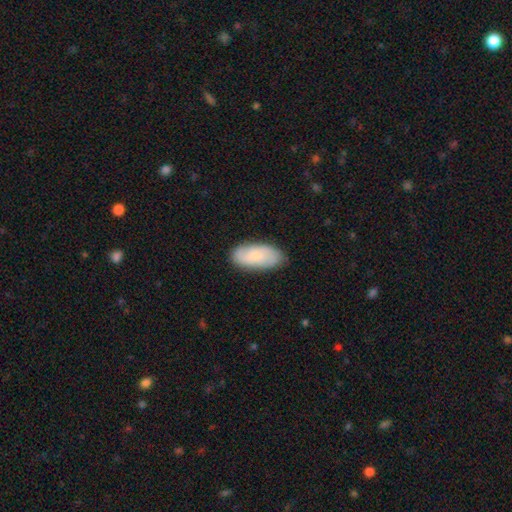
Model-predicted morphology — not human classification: A smooth galaxy with no disk features (61%) that is in between round and cigar-shaped (90%). Merging: none (82%).